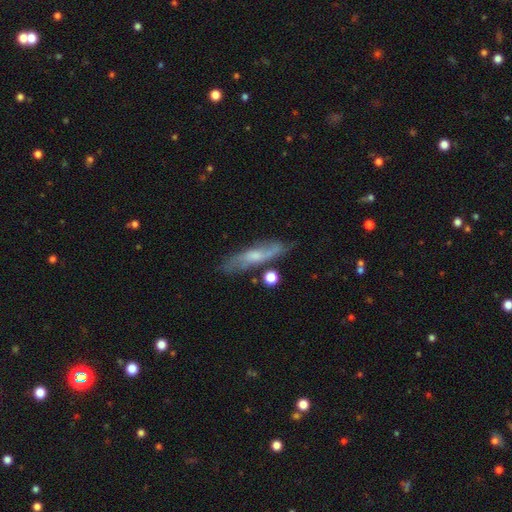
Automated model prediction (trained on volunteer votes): A featured or disk galaxy (61%).

Vote fractions:
- Smooth or featured? featured or disk: 61% / smooth: 31% / star or artifact: 8%
- Edge-on disk? no: 58% / yes: 42%
- Merging? none: 70% / minor disturbance: 19% / major disturbance: 6% / merger: 5%